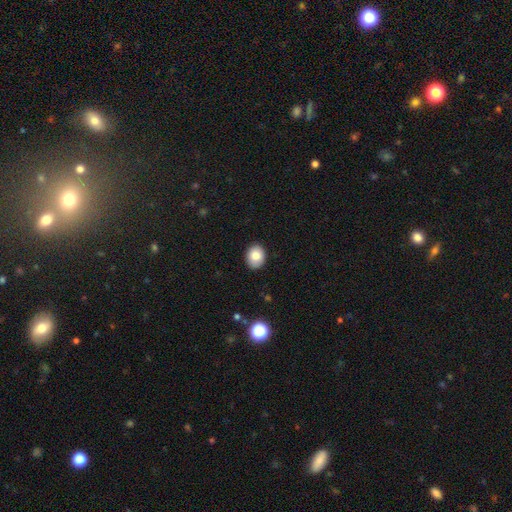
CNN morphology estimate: Overall: smooth (82%). How rounded: in between (56%; round 43%). Merging: none (88%).